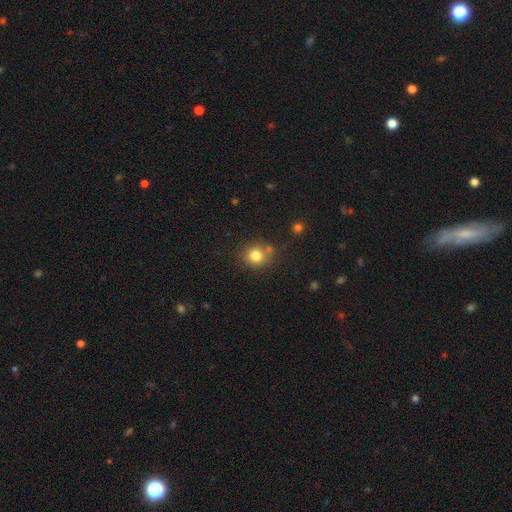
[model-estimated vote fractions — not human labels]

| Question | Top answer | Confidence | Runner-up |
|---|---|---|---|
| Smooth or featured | smooth | 79% | star or artifact (13%) |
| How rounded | round | 84% | in between (15%) |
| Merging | none | 73% | minor disturbance (12%) |